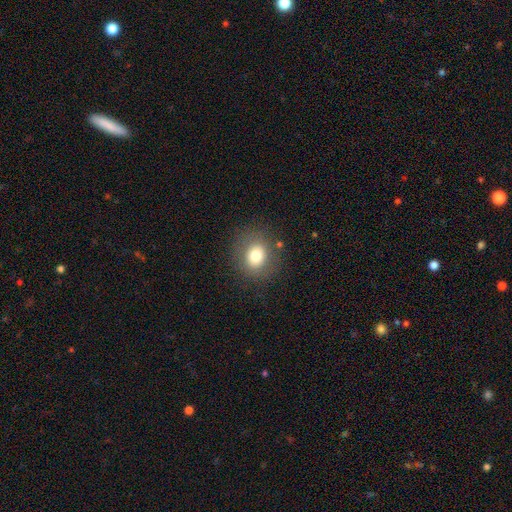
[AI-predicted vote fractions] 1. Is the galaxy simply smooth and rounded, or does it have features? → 74% smooth, 14% featured or disk, 12% star or artifact.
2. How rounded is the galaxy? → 73% round, 26% in between, 1% cigar-shaped.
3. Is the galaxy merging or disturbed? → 83% none, 10% minor disturbance, 5% major disturbance, 2% merger.